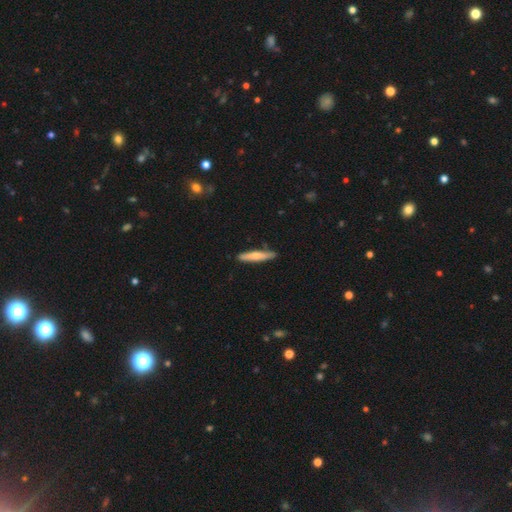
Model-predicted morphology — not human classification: Q: Smooth or featured?
A: smooth (63%); runner-up: featured or disk (32%)
Q: How rounded?
A: cigar-shaped (90%); runner-up: in between (9%)
Q: Merging?
A: none (85%); runner-up: minor disturbance (11%)